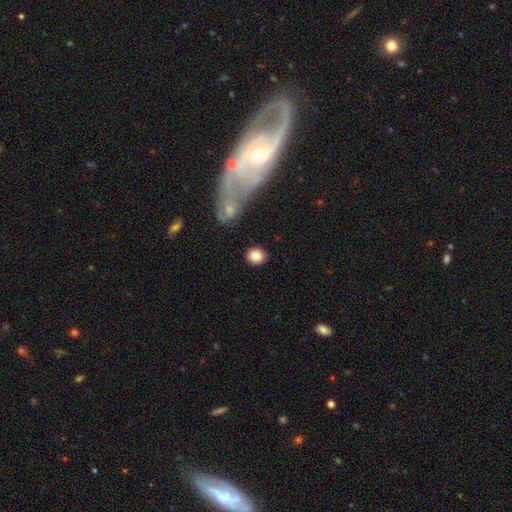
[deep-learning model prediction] Smooth or featured? smooth (83%)
How rounded? round (74%)
Merging? none (88%)